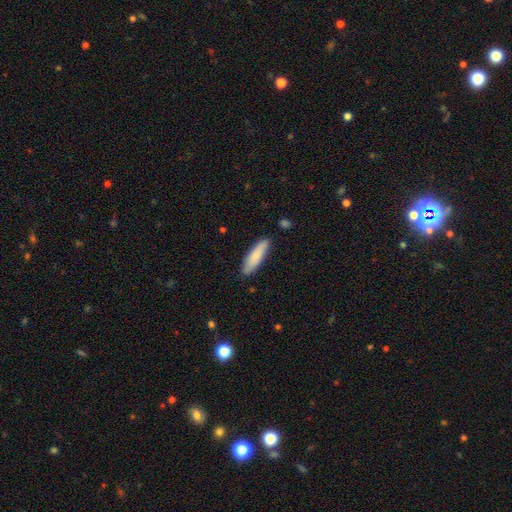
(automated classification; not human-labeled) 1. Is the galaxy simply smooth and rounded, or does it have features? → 82% smooth, 13% featured or disk, 6% star or artifact.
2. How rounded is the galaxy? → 63% cigar-shaped, 36% in between, 1% round.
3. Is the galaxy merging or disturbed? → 85% none, 11% minor disturbance, 2% major disturbance, 1% merger.